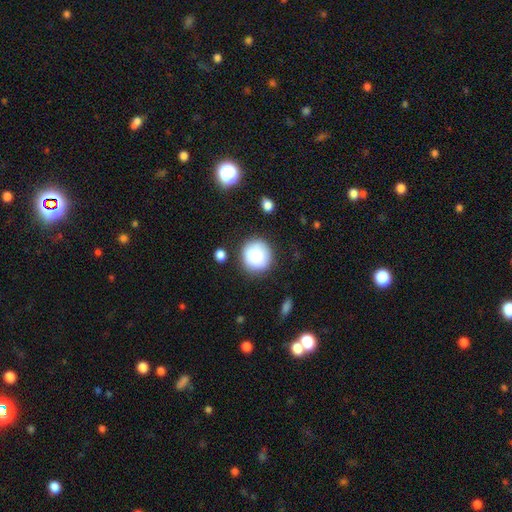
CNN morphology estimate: type=smooth (84%); roundness=round (92%); merging=none (82%).